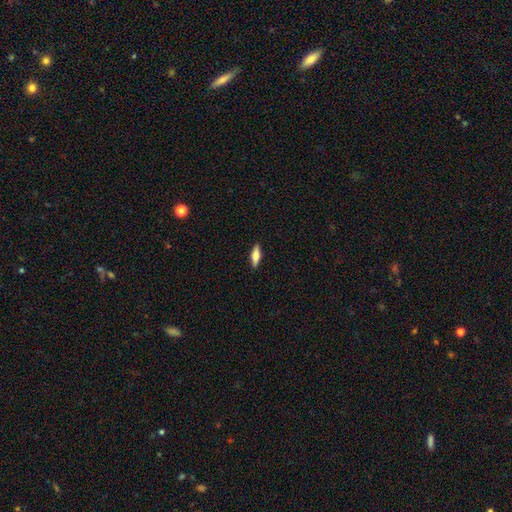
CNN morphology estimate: This appears to be a smooth galaxy with no disk features (58%) that is in between round and cigar-shaped (50%). Merging: none (90%).